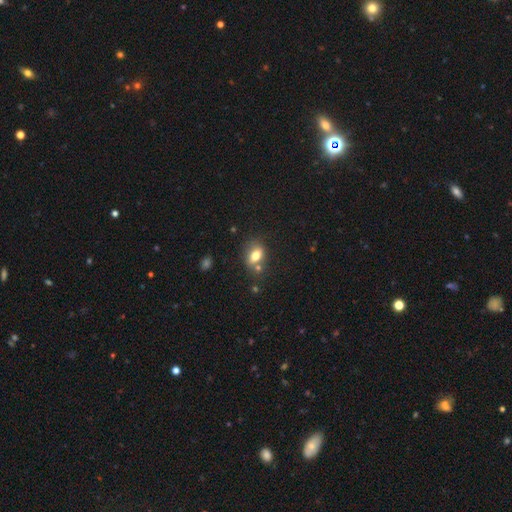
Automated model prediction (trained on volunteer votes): smooth_or_featured: smooth (p=0.73) [alt: featured or disk p=0.16]
how_rounded: in between (p=0.71) [alt: round p=0.27]
merging: none (p=0.56) [alt: merger p=0.20]